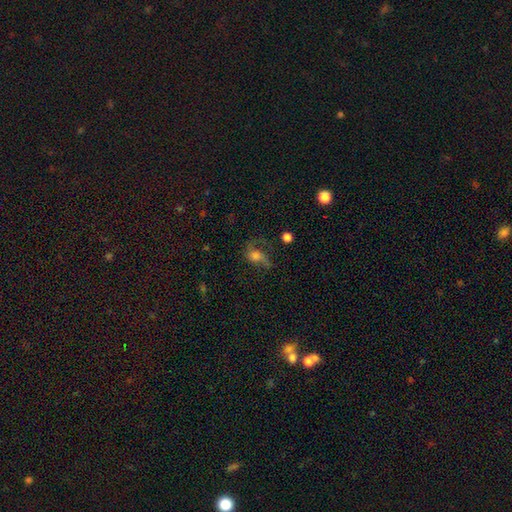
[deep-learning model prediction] This appears to be a smooth galaxy with no disk features (44%). Merging: major disturbance (38%).